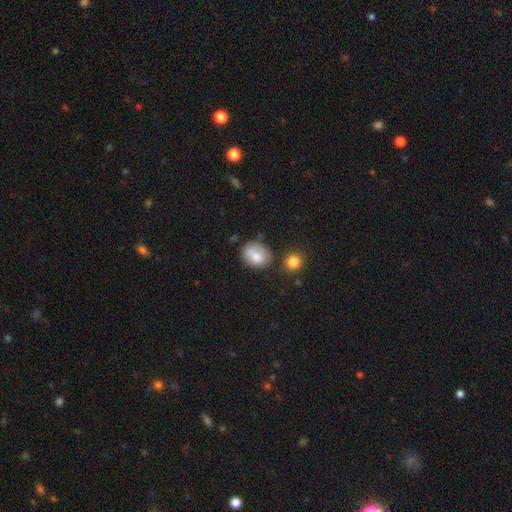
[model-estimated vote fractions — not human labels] Smooth or featured? Predicted: smooth (p=0.77). How rounded? Predicted: in between (p=0.53). Merging? Predicted: none (p=0.60).